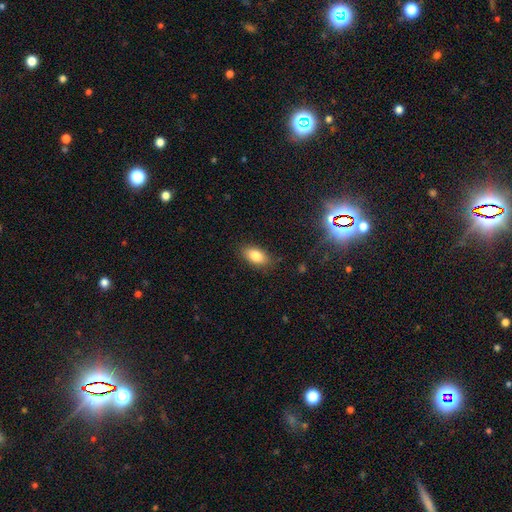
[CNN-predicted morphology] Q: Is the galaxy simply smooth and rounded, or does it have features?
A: smooth — 83%.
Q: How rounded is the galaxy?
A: in between — 90%.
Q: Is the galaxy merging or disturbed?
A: none — 84%.